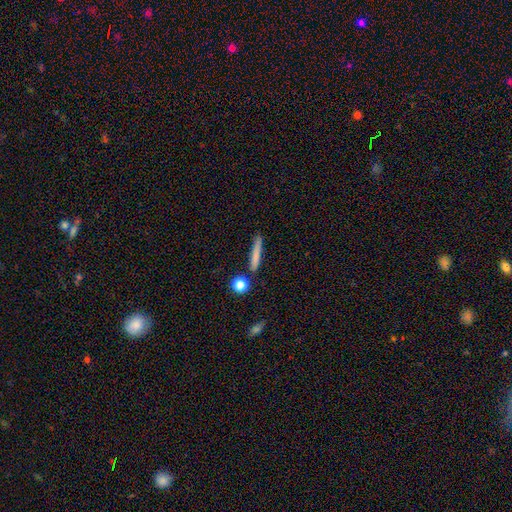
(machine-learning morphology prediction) Smooth or featured? smooth (76%)
How rounded? cigar-shaped (91%)
Merging? none (83%)